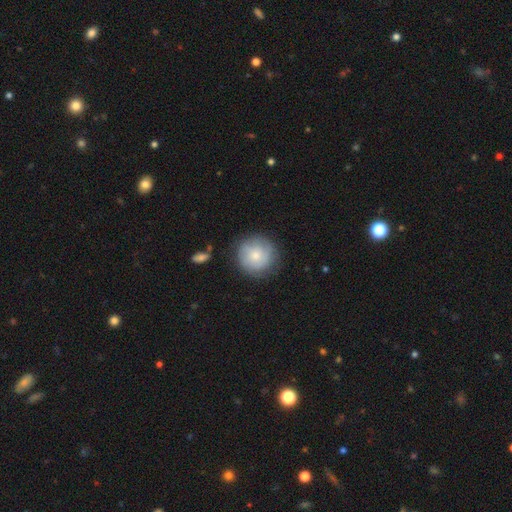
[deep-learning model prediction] Overall: smooth (64%; featured or disk 30%). How rounded: round (94%). Merging: none (79%).